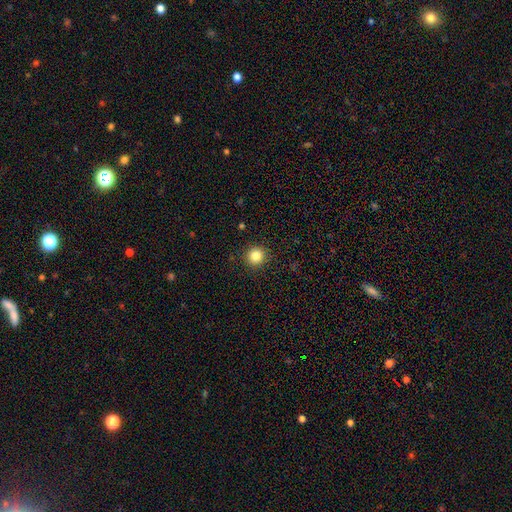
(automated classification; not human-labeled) A smooth galaxy with no disk features (84%) that is round (94%). Merging: none (92%).